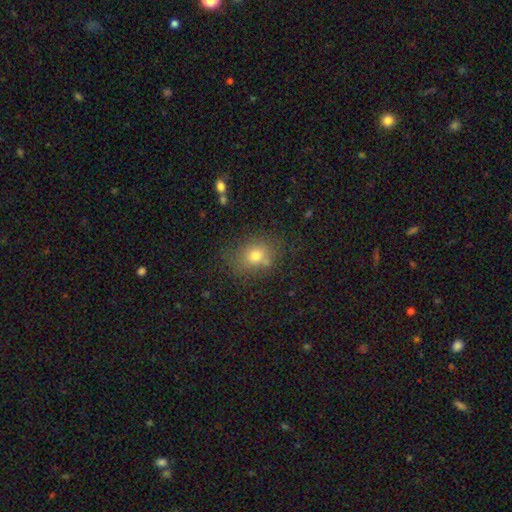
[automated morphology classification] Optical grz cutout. It shows a smooth galaxy with no disk features (73%) that is round (53%). Merging: none (68%).